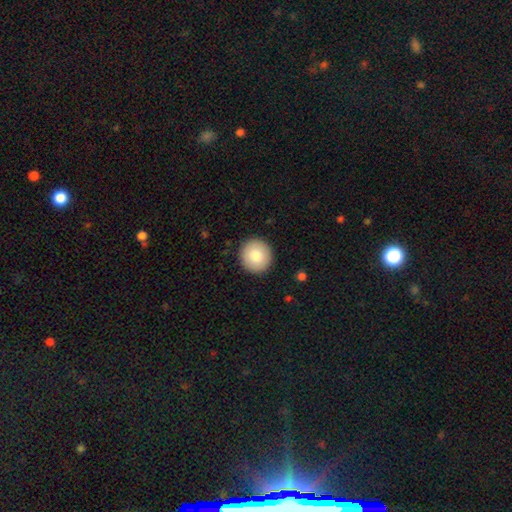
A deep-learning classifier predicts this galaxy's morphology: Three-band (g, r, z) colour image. It shows a smooth galaxy with no disk features (82%) that is round (94%). Merging: none (92%).